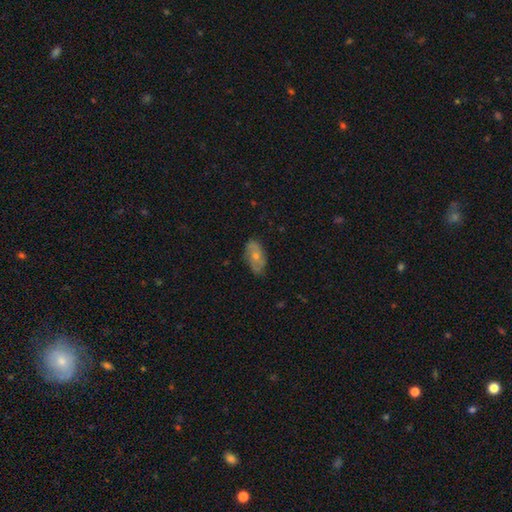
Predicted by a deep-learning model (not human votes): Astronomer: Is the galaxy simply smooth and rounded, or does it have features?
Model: smooth — 55% (runner-up: featured or disk, 39%).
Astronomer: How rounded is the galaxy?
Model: in between — 91%.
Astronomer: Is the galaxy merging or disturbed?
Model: none — 73%.